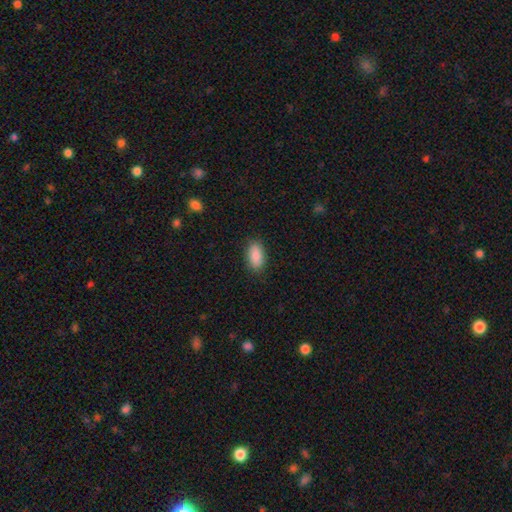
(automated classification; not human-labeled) smooth_or_featured: smooth (p=0.89) [alt: star or artifact p=0.07]
how_rounded: in between (p=0.91) [alt: cigar-shaped p=0.06]
merging: none (p=0.88) [alt: minor disturbance p=0.09]